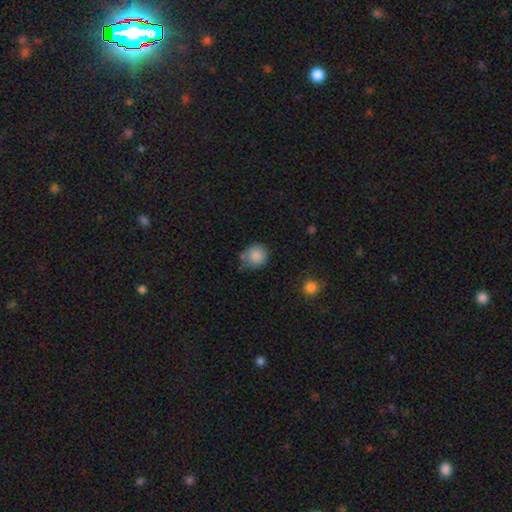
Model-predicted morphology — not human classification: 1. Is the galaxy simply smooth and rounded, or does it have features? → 87% smooth, 9% star or artifact, 5% featured or disk.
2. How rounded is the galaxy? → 87% round, 13% in between, 1% cigar-shaped.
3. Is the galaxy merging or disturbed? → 69% none, 20% minor disturbance, 7% merger, 5% major disturbance.